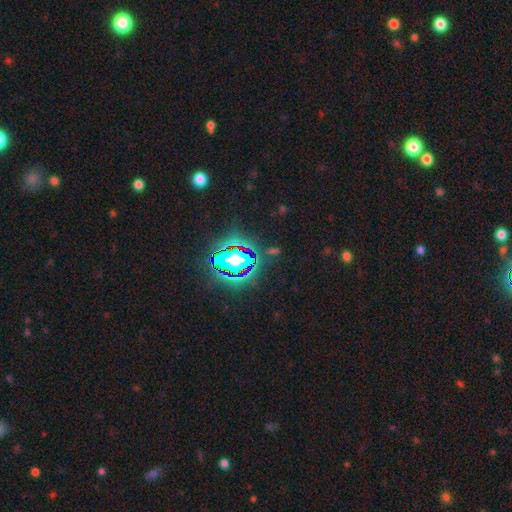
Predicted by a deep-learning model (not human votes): Q: Smooth or featured?
A: star or artifact (83%); runner-up: smooth (10%)